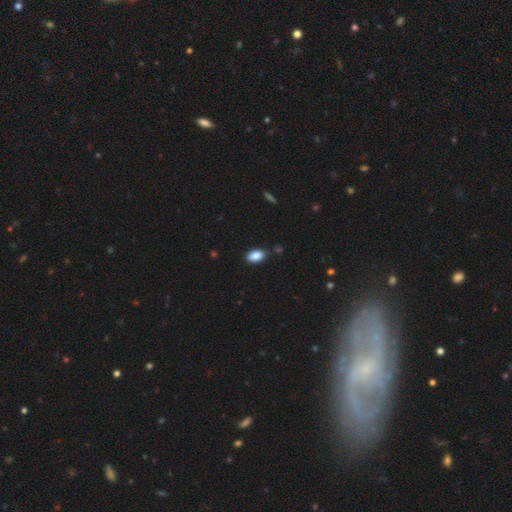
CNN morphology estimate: This is clearly a smooth galaxy (88%). How rounded: clearly in between (92%). Merging: clearly none (83%).